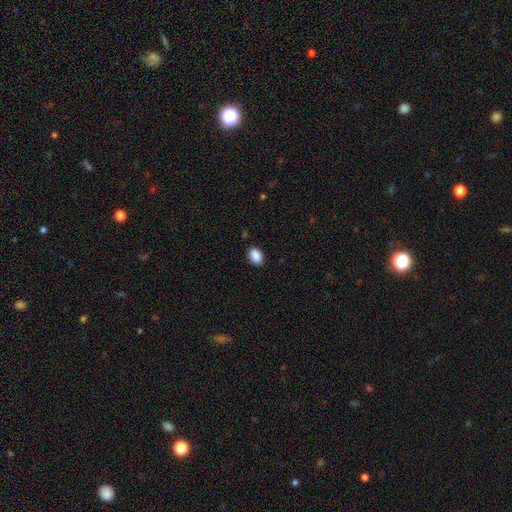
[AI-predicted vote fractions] Smooth or featured? smooth (89%)
How rounded? in between (82%)
Merging? none (87%)